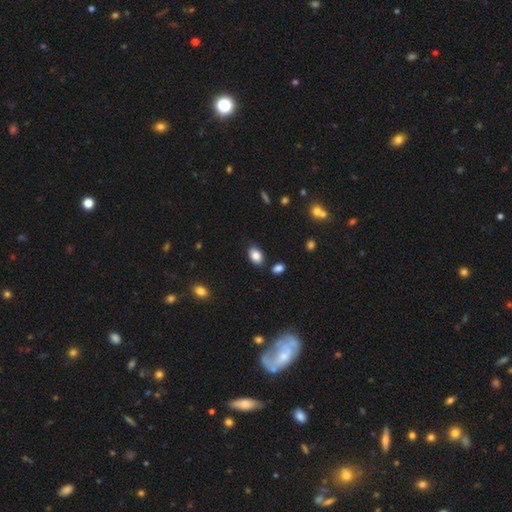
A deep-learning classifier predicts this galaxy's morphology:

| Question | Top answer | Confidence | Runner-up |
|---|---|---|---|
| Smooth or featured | smooth | 85% | star or artifact (8%) |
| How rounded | in between | 87% | round (12%) |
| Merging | none | 80% | minor disturbance (13%) |